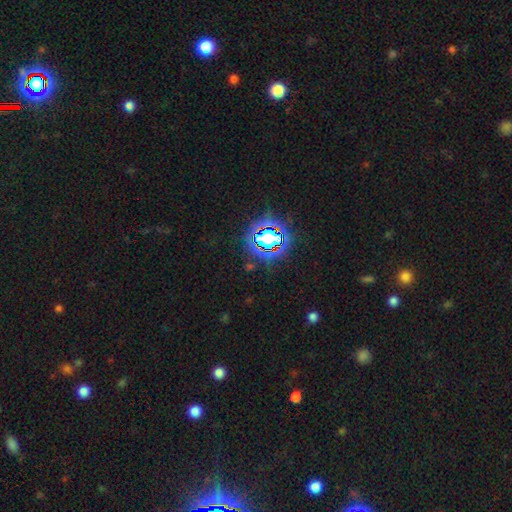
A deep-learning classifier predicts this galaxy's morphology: Smooth or featured: star or artifact — 80% (smooth — 12%)